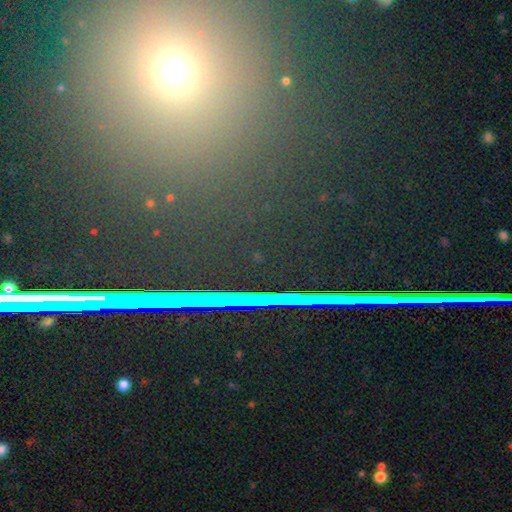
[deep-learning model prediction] Morphology: type=star or artifact (63%).